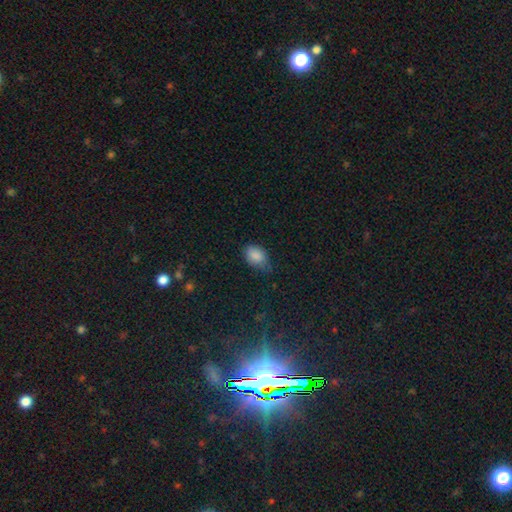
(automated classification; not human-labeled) smooth 86%, star or artifact 9%, featured or disk 6%. Down the decision tree: how rounded — in between (84%); merging — none (52%).